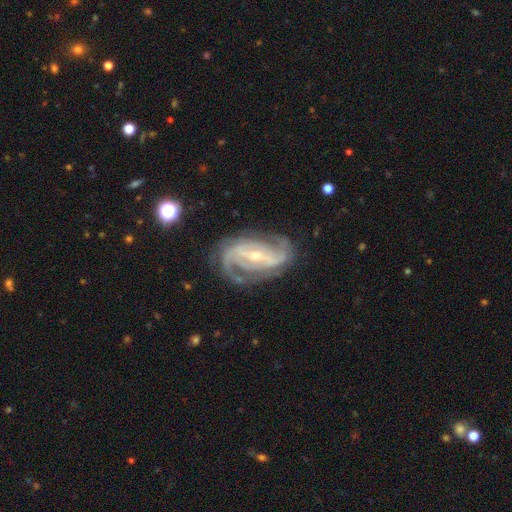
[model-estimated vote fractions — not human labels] Smooth or featured? Predicted: featured or disk (p=0.91). Edge-on disk? Predicted: no (p=0.96). Bar? Predicted: strong (p=0.53). Spiral arms? Predicted: yes (p=0.98). Spiral winding? Predicted: medium (p=0.47). Spiral arm count? Predicted: 2 (p=0.55). Bulge size? Predicted: small (p=0.64). Merging? Predicted: none (p=0.74).